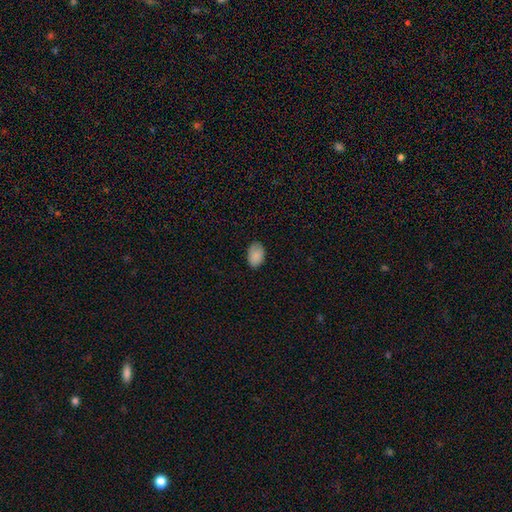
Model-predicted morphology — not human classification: A smooth galaxy with no disk features (88%) that is in between round and cigar-shaped (87%). Merging: none (82%).